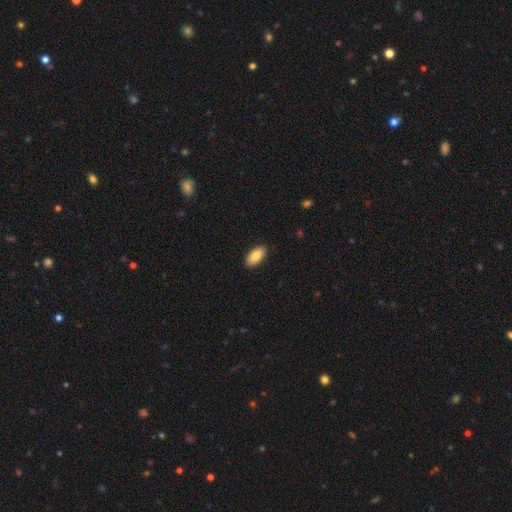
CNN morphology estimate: type=smooth (83%); roundness=in between (93%); merging=none (89%).